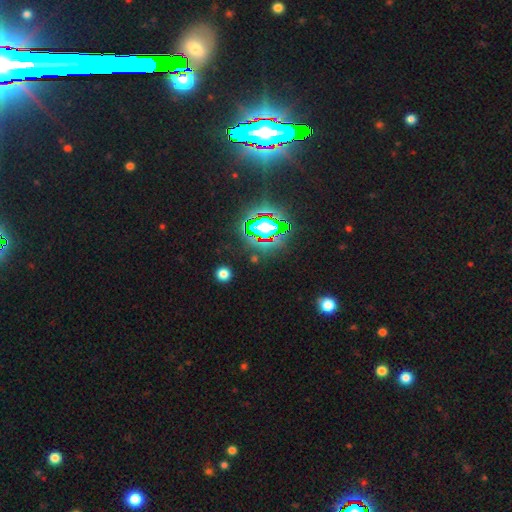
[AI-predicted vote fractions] smooth_or_featured: star or artifact (p=0.73) [alt: smooth p=0.16]